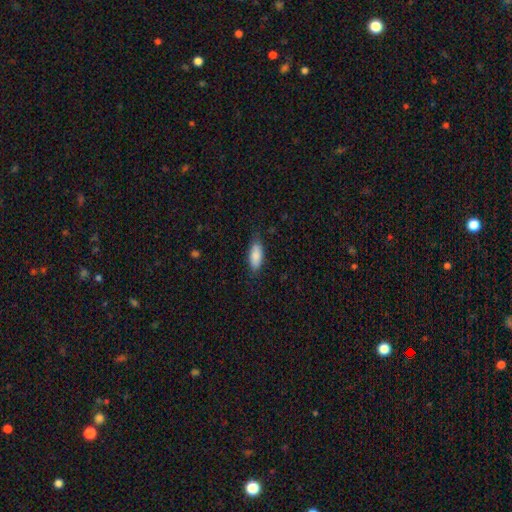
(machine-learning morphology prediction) smooth_or_featured: smooth (p=0.86) [alt: featured or disk p=0.07]
how_rounded: in between (p=0.80) [alt: cigar-shaped p=0.18]
merging: none (p=0.76) [alt: minor disturbance p=0.18]